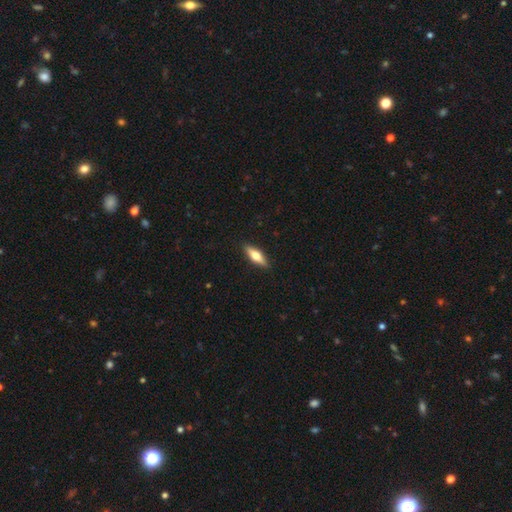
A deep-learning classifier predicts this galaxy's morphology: Smooth or featured? Predicted: smooth (p=0.50). Merging? Predicted: none (p=0.90).